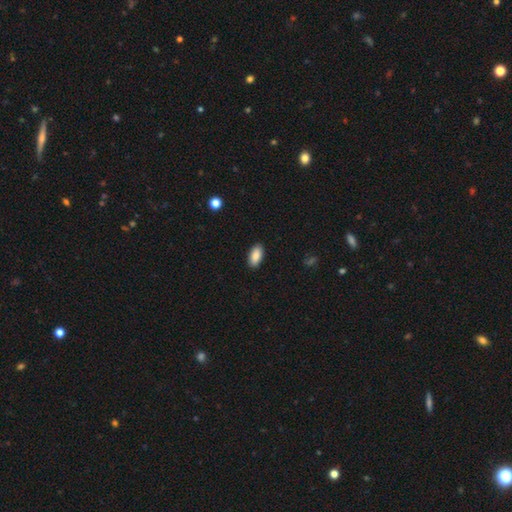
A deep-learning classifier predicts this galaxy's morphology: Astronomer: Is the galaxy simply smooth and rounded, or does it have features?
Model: smooth — 89%.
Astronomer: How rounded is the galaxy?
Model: in between — 93%.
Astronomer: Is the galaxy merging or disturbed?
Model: none — 90%.